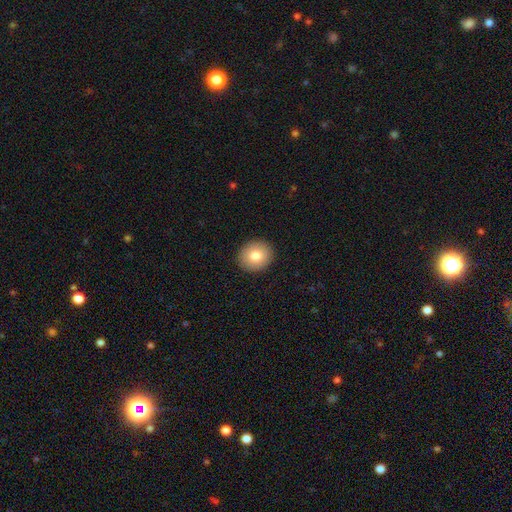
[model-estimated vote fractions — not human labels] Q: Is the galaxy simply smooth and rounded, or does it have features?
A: smooth — 80%.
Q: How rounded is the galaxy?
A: round — 77%.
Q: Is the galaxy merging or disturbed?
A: none — 92%.